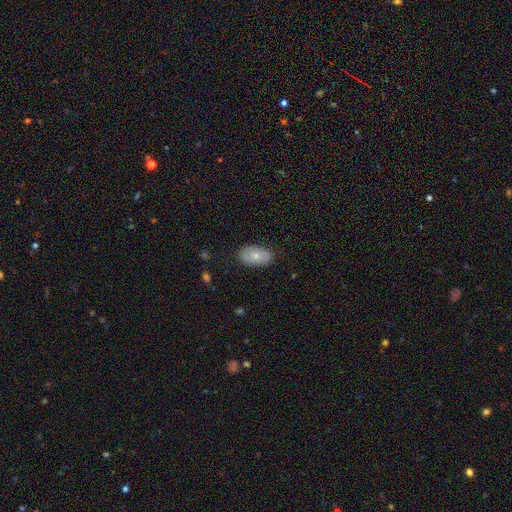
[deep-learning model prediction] This is likely a smooth galaxy (68%). How rounded: clearly in between (93%). Merging: clearly none (83%).